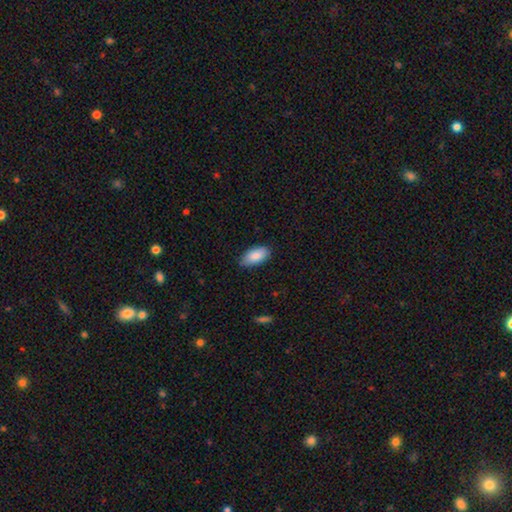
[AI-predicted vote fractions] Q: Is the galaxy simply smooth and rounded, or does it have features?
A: smooth — 88%.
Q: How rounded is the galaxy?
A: in between — 93%.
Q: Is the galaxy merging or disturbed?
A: none — 82%.